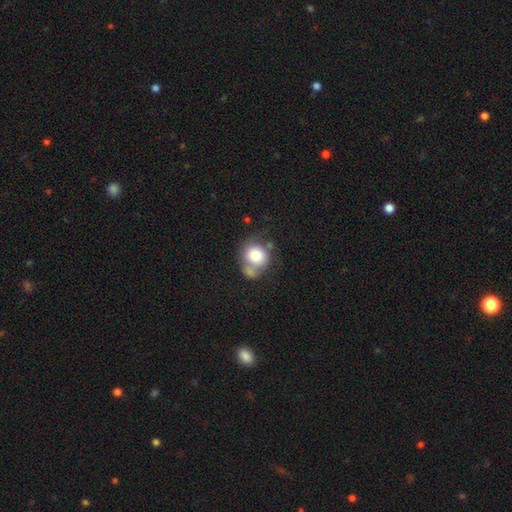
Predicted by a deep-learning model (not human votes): Smooth or featured?
  - smooth: 75% *
  - featured or disk: 16%
  - star or artifact: 8%
How rounded?
  - round: 73% *
  - in between: 26%
  - cigar-shaped: 1%
Merging?
  - none: 35% *
  - merger: 33%
  - minor disturbance: 20%
  - major disturbance: 13%